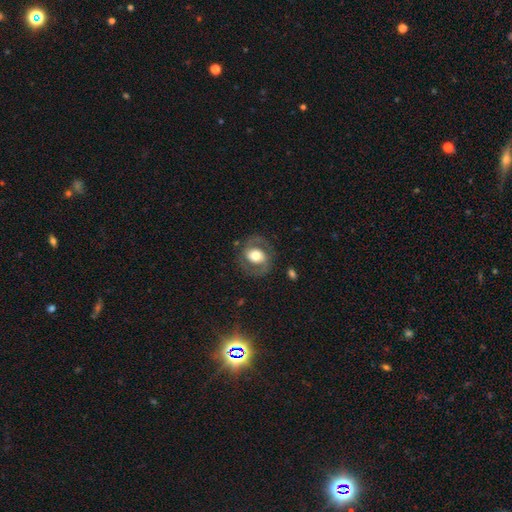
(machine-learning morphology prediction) smooth_or_featured: featured or disk (p=0.57) [alt: smooth p=0.36]
disk_edge_on: no (p=0.96) [alt: yes p=0.04]
bar: no (p=0.56) [alt: weak p=0.29]
has_spiral_arms: yes (p=0.63) [alt: no p=0.37]
bulge_size: moderate (p=0.51) [alt: large p=0.38]
merging: none (p=0.76) [alt: minor disturbance p=0.13]